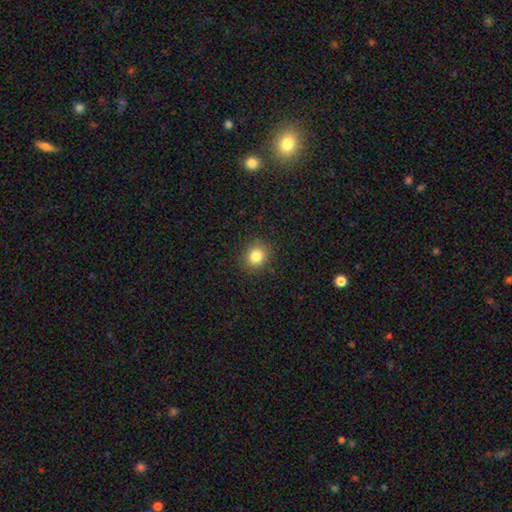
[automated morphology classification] Smooth or featured?
  - smooth: 83% *
  - star or artifact: 12%
  - featured or disk: 6%
How rounded?
  - round: 80% *
  - in between: 19%
  - cigar-shaped: 1%
Merging?
  - none: 88% *
  - minor disturbance: 8%
  - major disturbance: 3%
  - merger: 1%